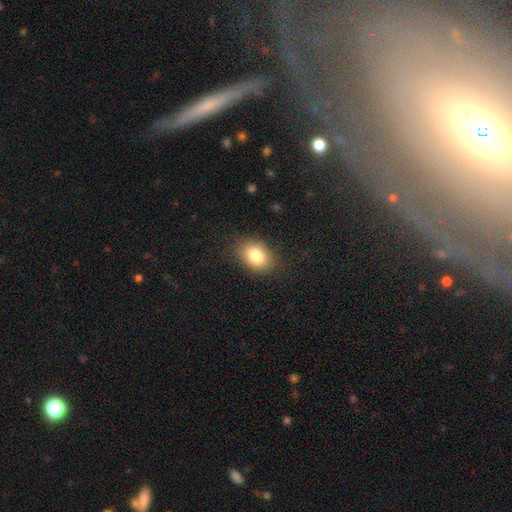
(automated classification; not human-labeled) Morphology: type=smooth (82%); roundness=in between (73%); merging=none (84%).